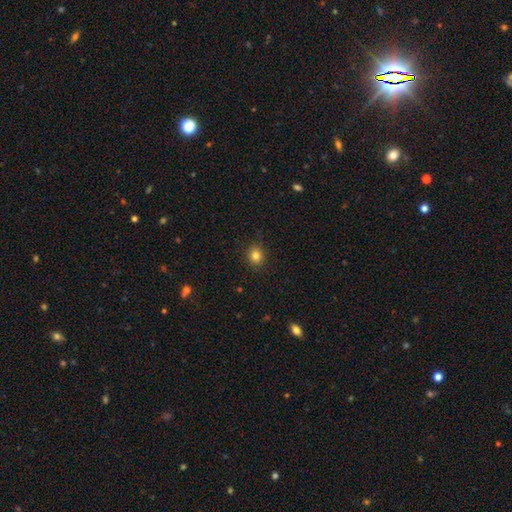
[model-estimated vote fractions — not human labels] Overall: smooth (83%). How rounded: round (80%). Merging: none (89%).